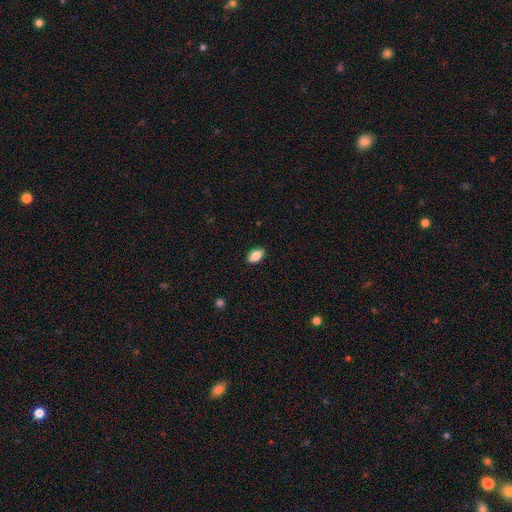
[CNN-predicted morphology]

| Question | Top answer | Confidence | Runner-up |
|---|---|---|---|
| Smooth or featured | smooth | 85% | featured or disk (8%) |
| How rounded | in between | 91% | round (5%) |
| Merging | none | 89% | minor disturbance (9%) |